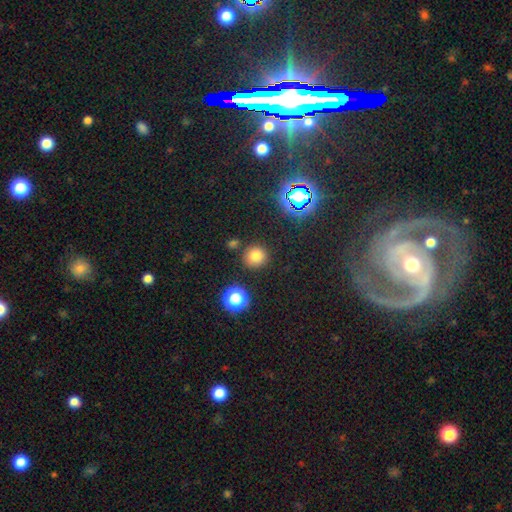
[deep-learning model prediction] This is likely a smooth galaxy (75%). How rounded: clearly round (91%). Merging: clearly none (84%).